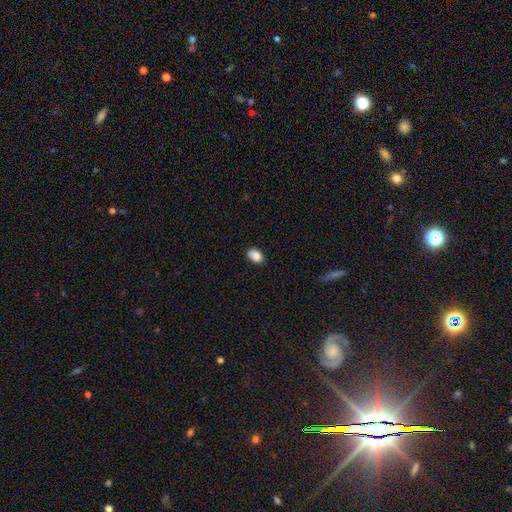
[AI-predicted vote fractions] smooth-or-featured: smooth: 87% | star or artifact: 9% | featured or disk: 4%
  how-rounded: in between: 80% | round: 19% | cigar-shaped: 1%
  merging: none: 81% | minor disturbance: 15% | major disturbance: 3% | merger: 2%